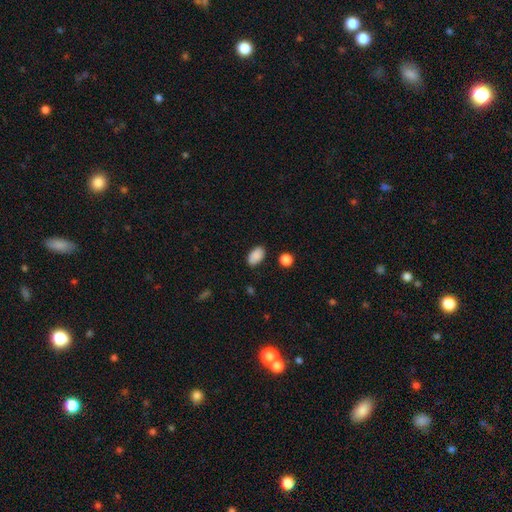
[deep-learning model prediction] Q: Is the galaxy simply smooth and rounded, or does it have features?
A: smooth — 88%.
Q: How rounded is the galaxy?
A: in between — 92%.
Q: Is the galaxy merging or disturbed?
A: none — 82%.